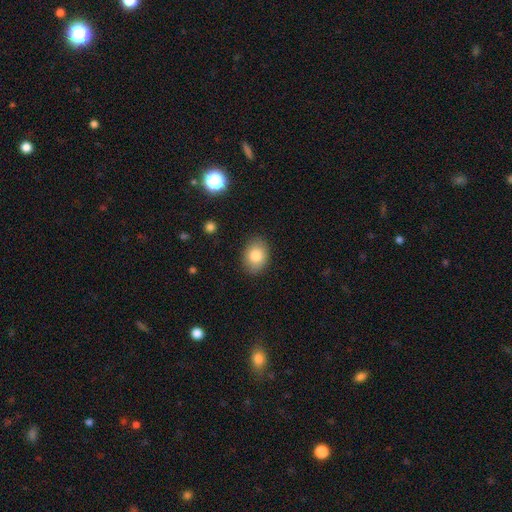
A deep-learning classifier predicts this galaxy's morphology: Smooth or featured? smooth (83%)
How rounded? in between (69%)
Merging? none (86%)